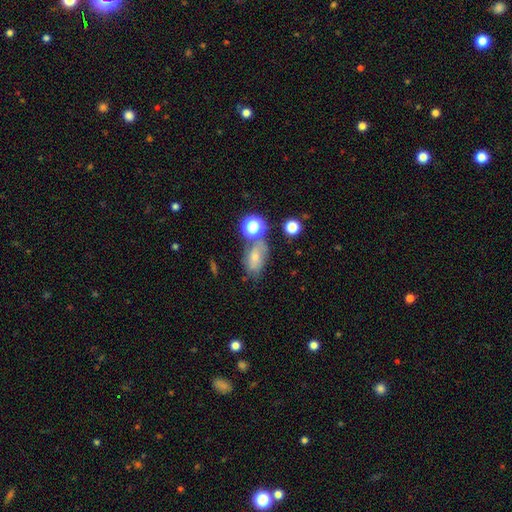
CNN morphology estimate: smooth 43%, featured or disk 29%, star or artifact 28%. Down the decision tree: merging — none (58%).